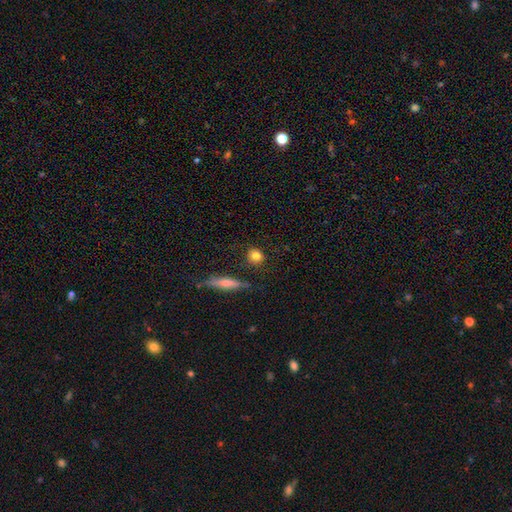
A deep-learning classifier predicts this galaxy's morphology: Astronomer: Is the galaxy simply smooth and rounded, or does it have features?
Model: smooth — 81%.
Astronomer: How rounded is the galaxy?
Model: round — 78%.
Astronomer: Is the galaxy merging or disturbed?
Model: none — 84%.